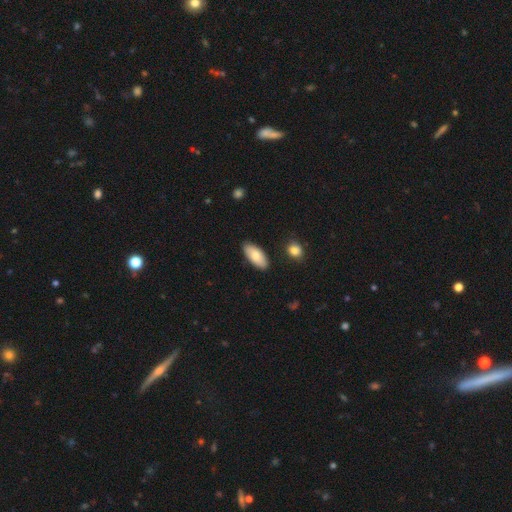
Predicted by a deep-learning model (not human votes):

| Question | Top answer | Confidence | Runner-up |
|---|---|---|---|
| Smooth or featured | smooth | 82% | featured or disk (12%) |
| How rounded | in between | 91% | cigar-shaped (8%) |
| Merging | none | 85% | minor disturbance (11%) |